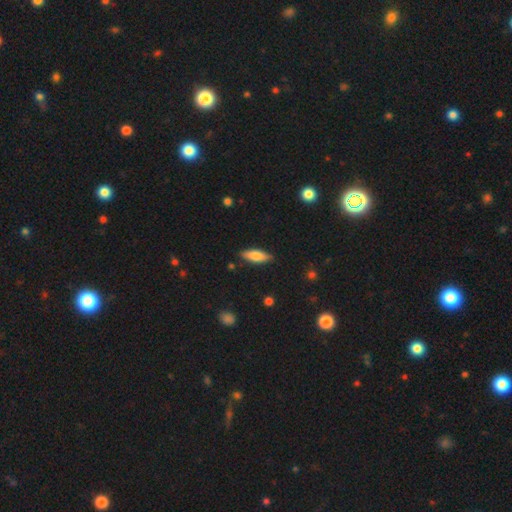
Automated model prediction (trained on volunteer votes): Smooth or featured? smooth (74%)
How rounded? in between (62%)
Merging? none (85%)